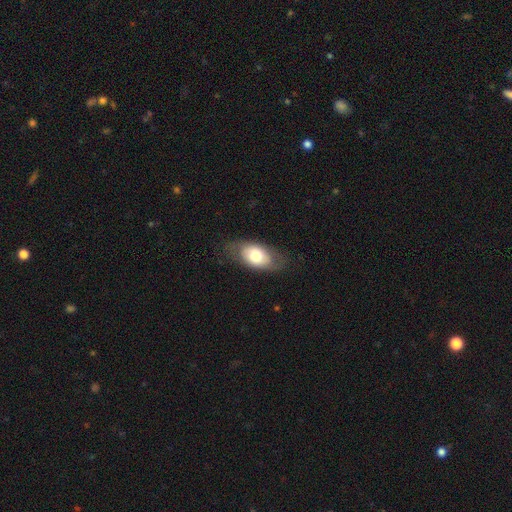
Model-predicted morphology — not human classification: type=smooth (66%); roundness=in between (89%); merging=none (74%).